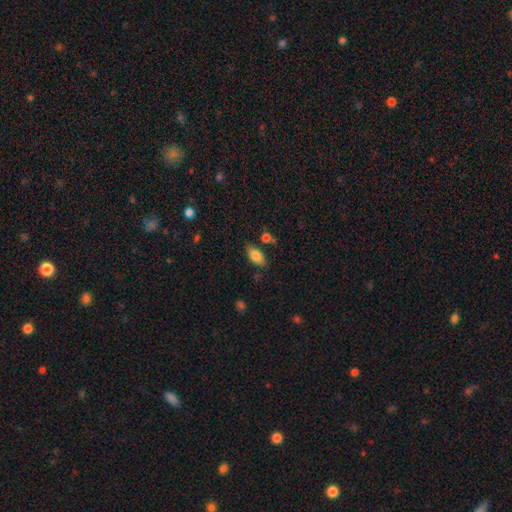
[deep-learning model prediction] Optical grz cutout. It shows a smooth galaxy with no disk features (82%) that is in between round and cigar-shaped (89%). Merging: none (79%).